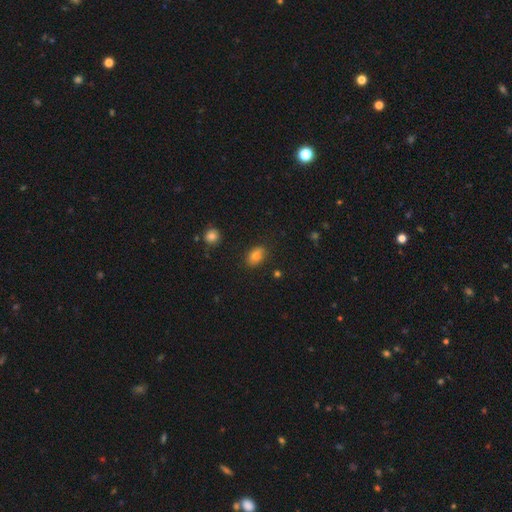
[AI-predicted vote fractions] Smooth or featured? Predicted: smooth (p=0.79). How rounded? Predicted: in between (p=0.82). Merging? Predicted: none (p=0.80).